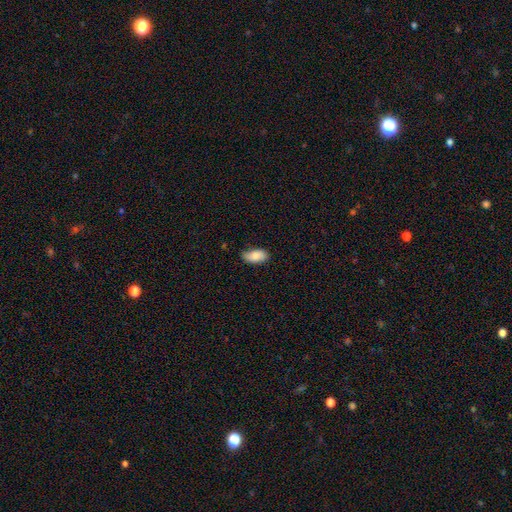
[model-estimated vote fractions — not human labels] A smooth galaxy with no disk features (84%) that is in between round and cigar-shaped (93%). Merging: none (75%).